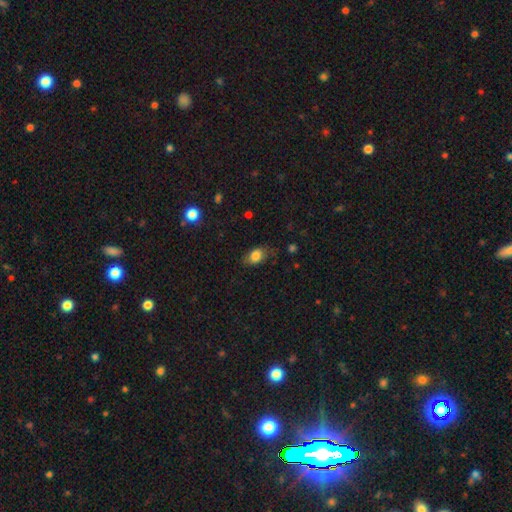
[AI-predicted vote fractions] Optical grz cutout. It shows a smooth galaxy with no disk features (81%) that is in between round and cigar-shaped (77%). Merging: none (67%).